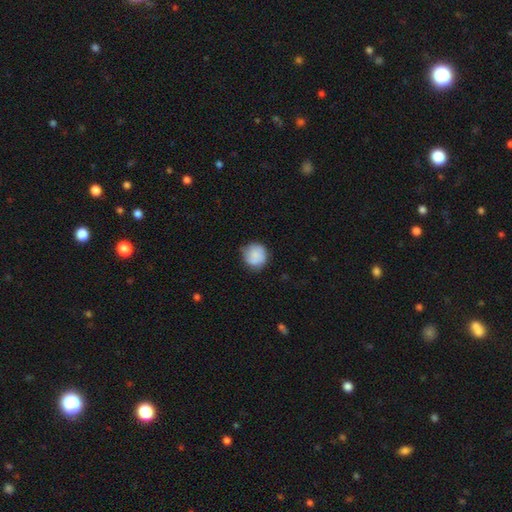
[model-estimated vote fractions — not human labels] Overall: smooth (77%). How rounded: round (88%). Merging: none (61%; minor disturbance 29%).